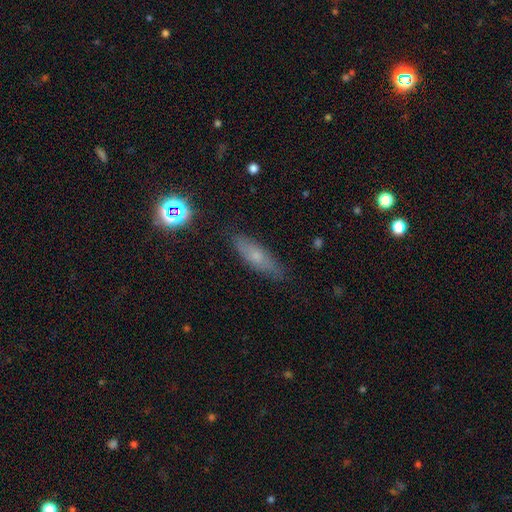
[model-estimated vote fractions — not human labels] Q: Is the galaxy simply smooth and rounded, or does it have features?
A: smooth — 61%.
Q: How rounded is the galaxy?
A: cigar-shaped — 54%.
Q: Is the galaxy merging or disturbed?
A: none — 81%.